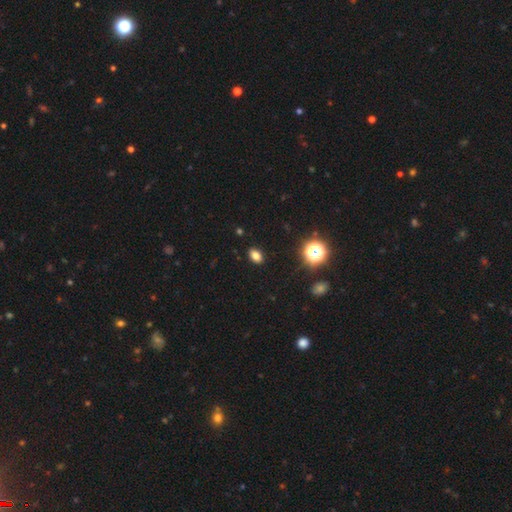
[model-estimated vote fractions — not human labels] smooth_or_featured: smooth (p=0.78) [alt: star or artifact p=0.16]
how_rounded: in between (p=0.84) [alt: round p=0.14]
merging: none (p=0.90) [alt: minor disturbance p=0.07]